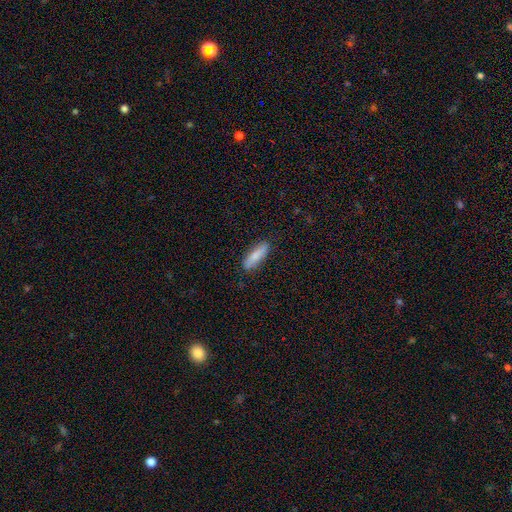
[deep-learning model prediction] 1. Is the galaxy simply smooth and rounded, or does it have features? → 80% smooth, 14% featured or disk, 6% star or artifact.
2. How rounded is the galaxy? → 58% cigar-shaped, 40% in between, 2% round.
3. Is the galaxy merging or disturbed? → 86% none, 11% minor disturbance, 2% major disturbance, 1% merger.